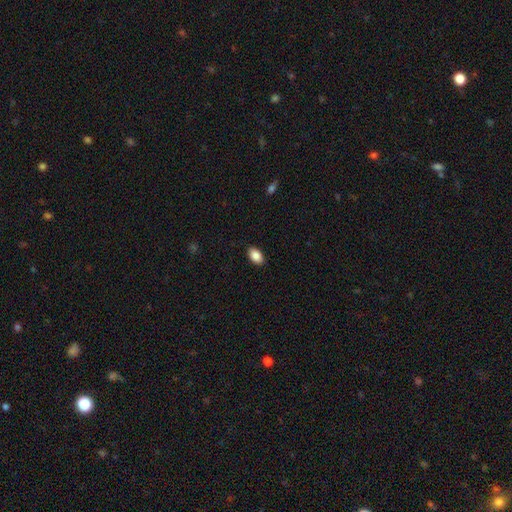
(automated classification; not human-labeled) Q: Smooth or featured?
A: smooth (88%); runner-up: star or artifact (8%)
Q: How rounded?
A: in between (91%); runner-up: round (7%)
Q: Merging?
A: none (89%); runner-up: minor disturbance (8%)